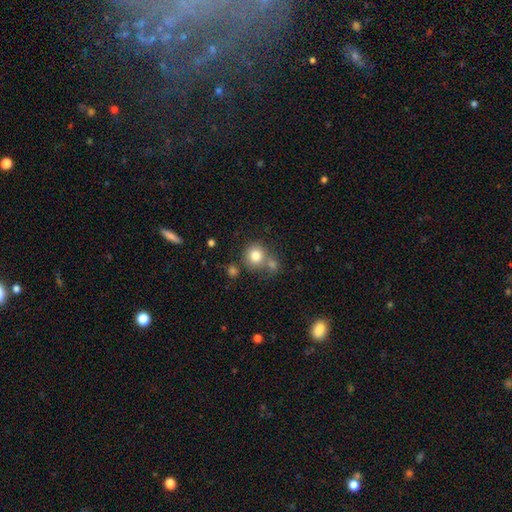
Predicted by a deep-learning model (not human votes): Q: Smooth or featured?
A: smooth (81%); runner-up: star or artifact (10%)
Q: How rounded?
A: round (87%); runner-up: in between (12%)
Q: Merging?
A: none (57%); runner-up: merger (29%)